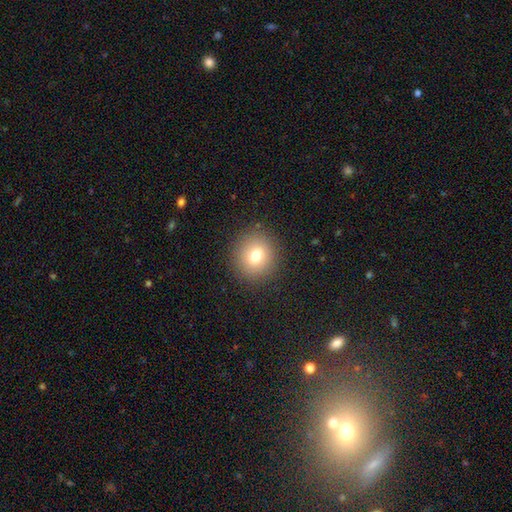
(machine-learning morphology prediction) smooth 74%, featured or disk 13%, star or artifact 13%. Down the decision tree: how rounded — round (88%); merging — none (89%).